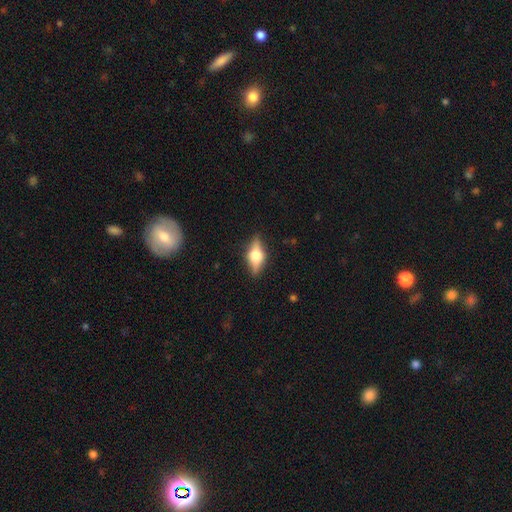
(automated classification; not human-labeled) featured or disk 54%, smooth 38%, star or artifact 8%. Down the decision tree: edge-on disk — yes (92%); merging — none (85%).